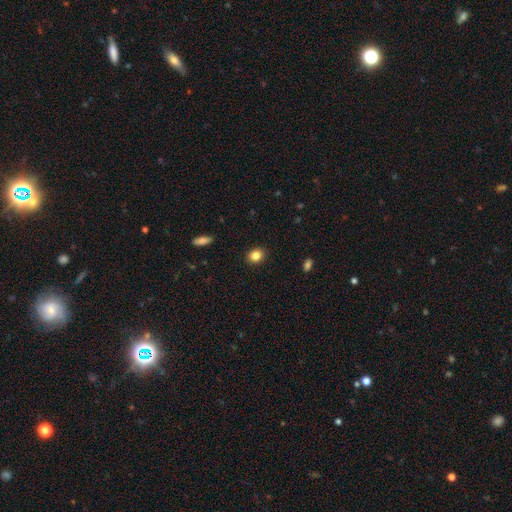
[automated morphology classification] type=smooth (84%); roundness=round (61%); merging=none (91%).